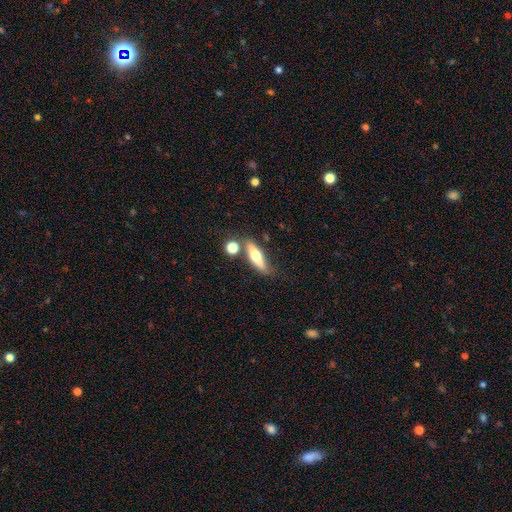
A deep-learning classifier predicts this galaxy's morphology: The model was most divided on "smooth or featured": smooth: 51%, featured or disk: 42%, star or artifact: 7%. More confident: merging — none (65%); how rounded — cigar-shaped (64%).